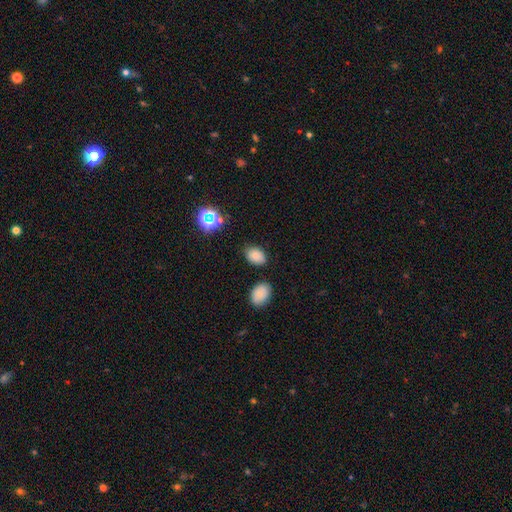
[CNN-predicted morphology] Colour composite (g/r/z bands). It shows a smooth galaxy with no disk features (79%) that is in between round and cigar-shaped (77%). Merging: none (80%).